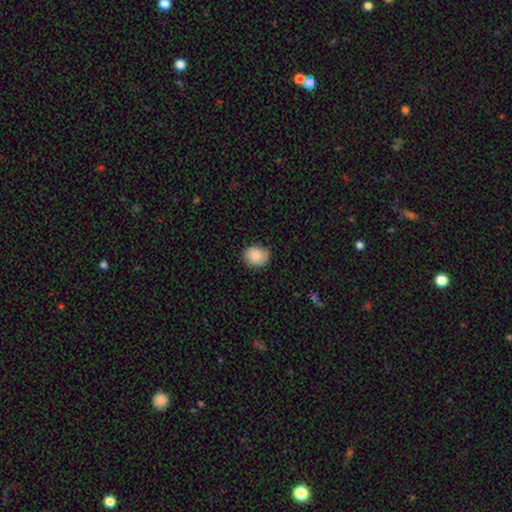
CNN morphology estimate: Smooth or featured? Predicted: smooth (p=0.86). How rounded? Predicted: round (p=0.61). Merging? Predicted: none (p=0.82).